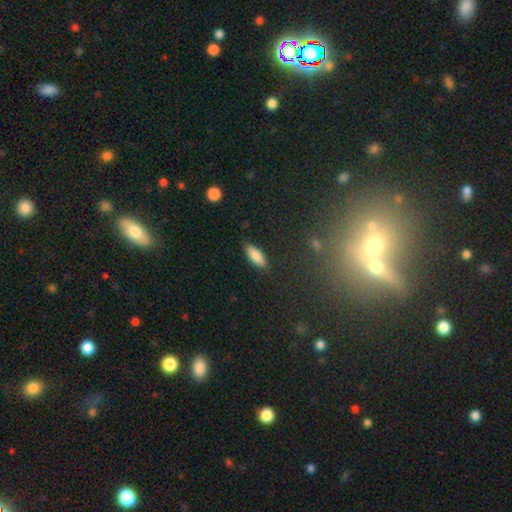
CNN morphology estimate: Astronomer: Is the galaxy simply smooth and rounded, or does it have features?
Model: smooth — 84%.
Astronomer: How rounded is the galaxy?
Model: in between — 71%.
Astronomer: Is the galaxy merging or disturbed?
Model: none — 84%.